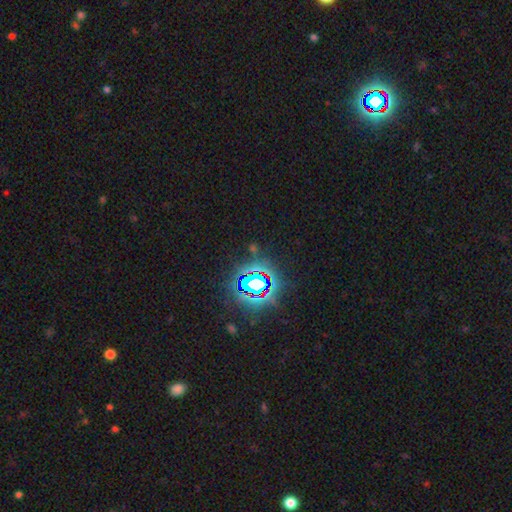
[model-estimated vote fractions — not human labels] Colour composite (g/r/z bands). It shows a star or artifact, not a galaxy (80%).